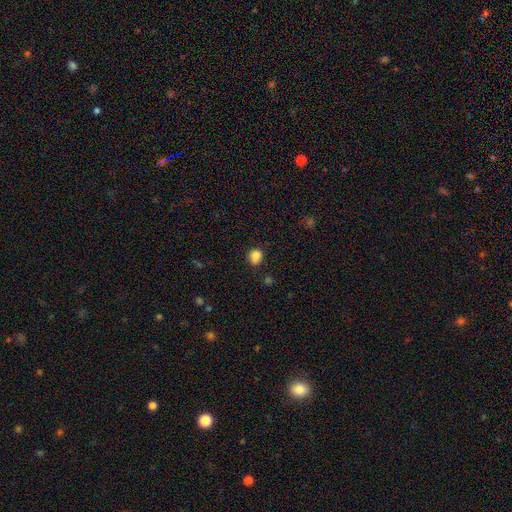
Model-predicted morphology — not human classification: Smooth or featured?
  - smooth: 86% *
  - star or artifact: 11%
  - featured or disk: 4%
How rounded?
  - round: 59% *
  - in between: 40%
  - cigar-shaped: 1%
Merging?
  - none: 75% *
  - minor disturbance: 18%
  - major disturbance: 4%
  - merger: 3%